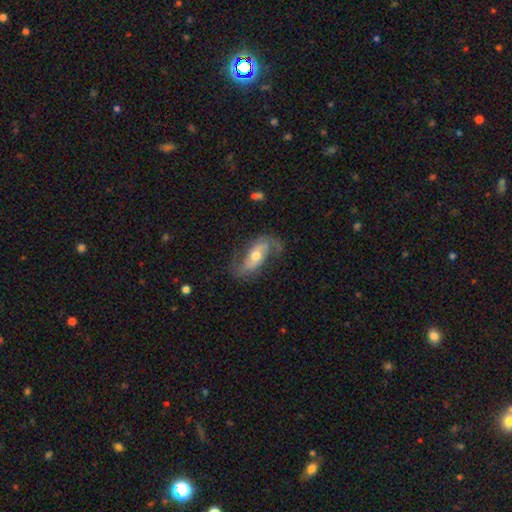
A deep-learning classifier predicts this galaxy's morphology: smooth-or-featured: featured or disk: 78% | smooth: 16% | star or artifact: 6%
  disk-edge-on: no: 93% | yes: 7%
    bar: no: 46% | weak: 33% | strong: 21%
    has-spiral-arms: yes: 91% | no: 9%
      spiral-winding: loose: 45% | medium: 38% | tight: 17%
      spiral-arm-count: 2: 85% | 1: 6% | can't tell: 6% | 3: 1% | 4: 1% | more than 4: 1%
    bulge-size: moderate: 68% | small: 24% | large: 6% | none: 1% | dominant: 1%
  merging: none: 68% | minor disturbance: 19% | major disturbance: 12% | merger: 2%